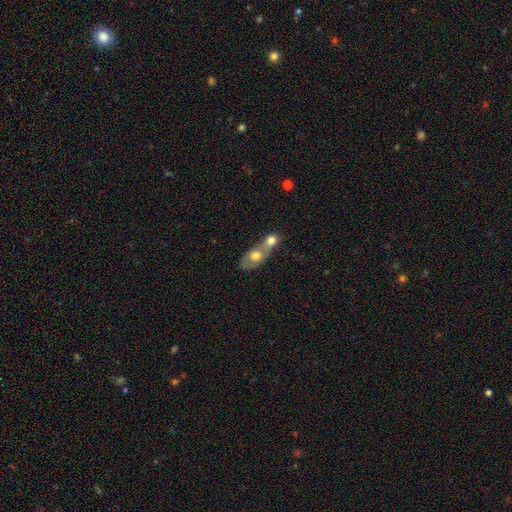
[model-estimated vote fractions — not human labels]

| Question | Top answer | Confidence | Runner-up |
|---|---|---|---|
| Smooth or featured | smooth | 62% | featured or disk (30%) |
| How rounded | in between | 70% | round (24%) |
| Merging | merger | 69% | none (20%) |